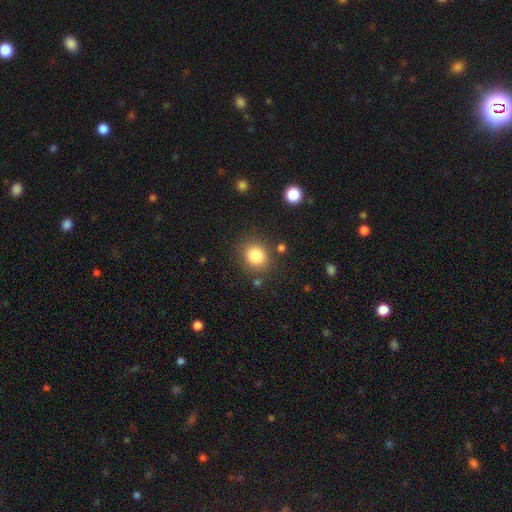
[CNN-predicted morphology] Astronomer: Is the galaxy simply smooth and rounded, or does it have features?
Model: smooth — 84%.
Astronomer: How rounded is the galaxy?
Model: round — 73%.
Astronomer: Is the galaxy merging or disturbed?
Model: none — 81%.